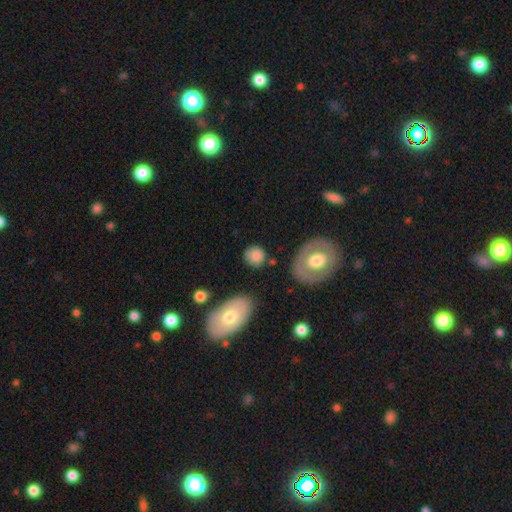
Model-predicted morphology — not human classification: smooth 81%, featured or disk 12%, star or artifact 7%. Down the decision tree: how rounded — round (80%); merging — none (76%).